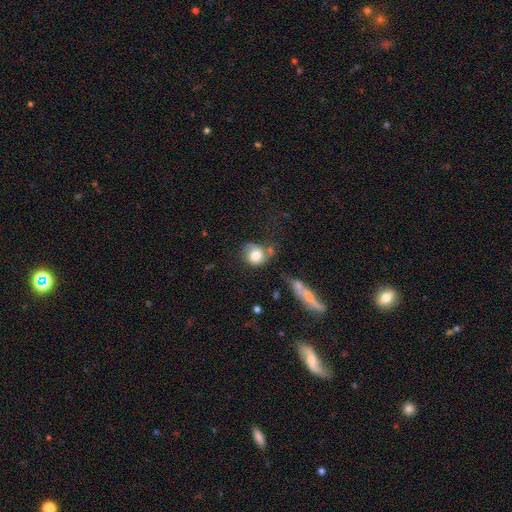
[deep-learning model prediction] A smooth galaxy with no disk features (64%) that is round (73%). Merging: none (42%).